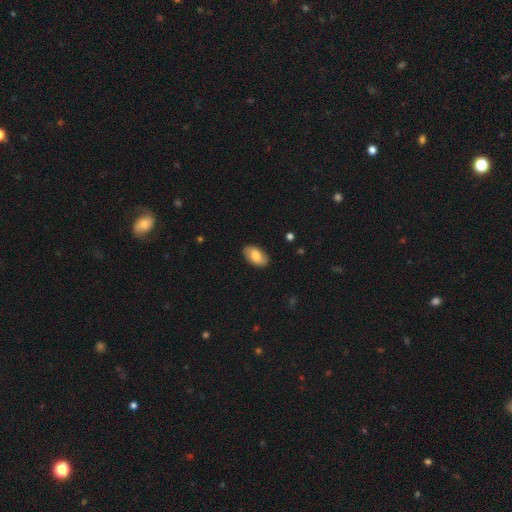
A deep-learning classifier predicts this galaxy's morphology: Q: Smooth or featured?
A: smooth (79%); runner-up: featured or disk (15%)
Q: How rounded?
A: in between (95%); runner-up: round (4%)
Q: Merging?
A: none (87%); runner-up: minor disturbance (10%)